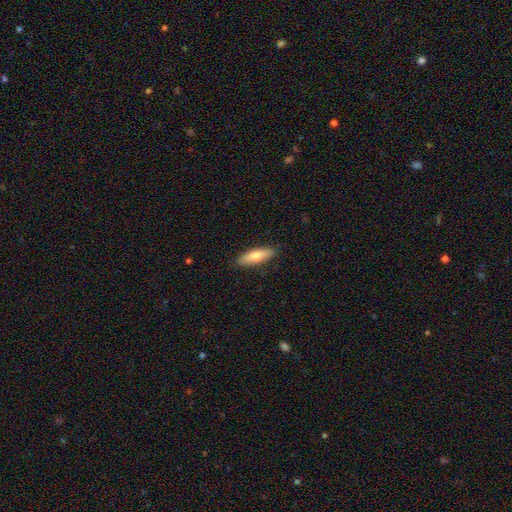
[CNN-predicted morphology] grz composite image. It shows a smooth galaxy with no disk features (68%) that is cigar-shaped (63%). Merging: none (88%).